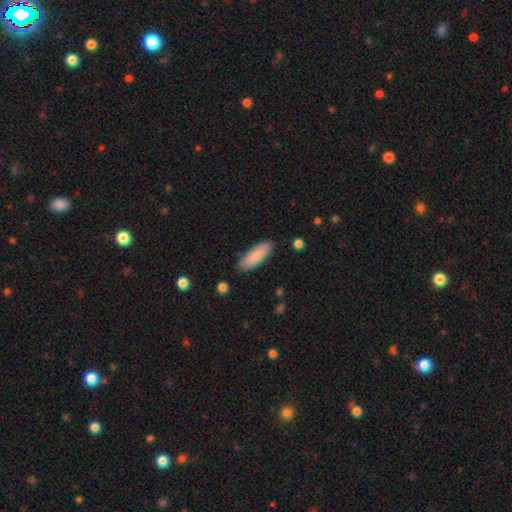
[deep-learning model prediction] Q: Smooth or featured?
A: smooth (87%); runner-up: featured or disk (8%)
Q: How rounded?
A: in between (63%); runner-up: cigar-shaped (35%)
Q: Merging?
A: none (86%); runner-up: minor disturbance (10%)